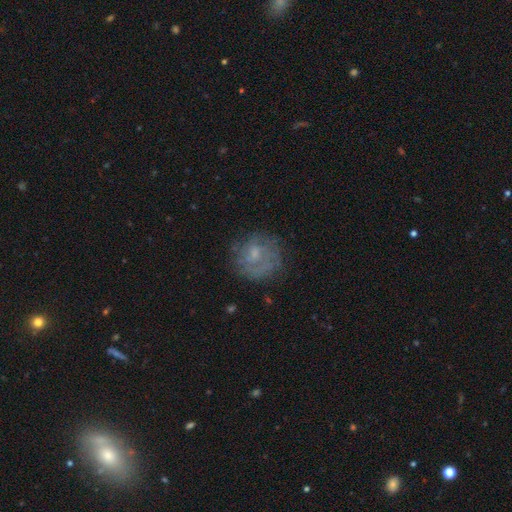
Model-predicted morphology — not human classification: Smooth or featured?
  - featured or disk: 54% *
  - smooth: 36%
  - star or artifact: 10%
Edge-on disk?
  - no: 98% *
  - yes: 2%
Bar?
  - no: 66% *
  - weak: 30%
  - strong: 4%
Spiral arms?
  - yes: 62% *
  - no: 38%
Bulge size?
  - small: 45% *
  - moderate: 32%
  - none: 19%
  - large: 2%
  - dominant: 1%
Merging?
  - none: 67% *
  - minor disturbance: 20%
  - major disturbance: 11%
  - merger: 2%